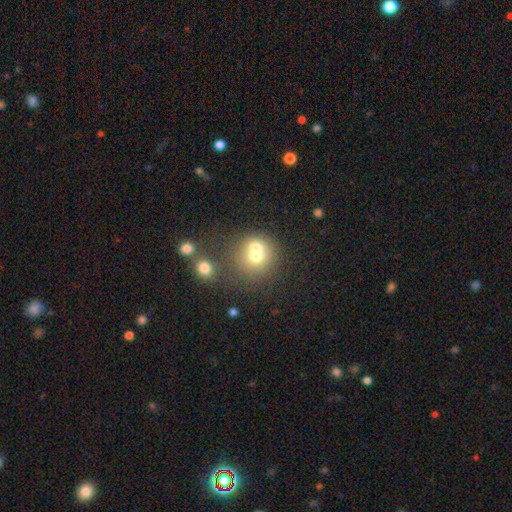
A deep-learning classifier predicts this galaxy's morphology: Smooth or featured: smooth — 64% (featured or disk — 22%)
How rounded: round — 87% (in between — 12%)
Merging: merger — 50% (none — 40%)